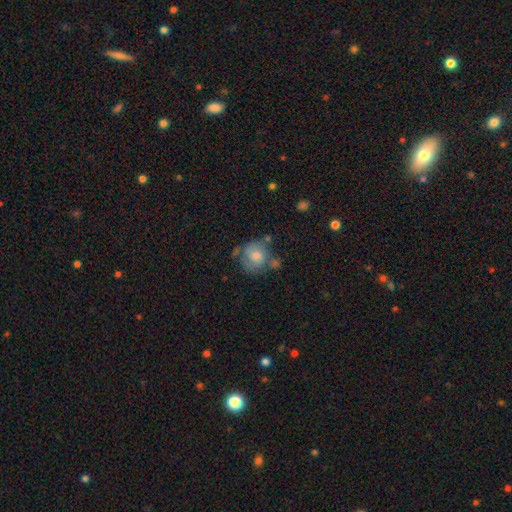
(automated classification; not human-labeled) The model was most divided on "merging": none: 44%, minor disturbance: 25%, merger: 17%, major disturbance: 15%. More confident: how rounded — round (77%); smooth or featured — smooth (59%).